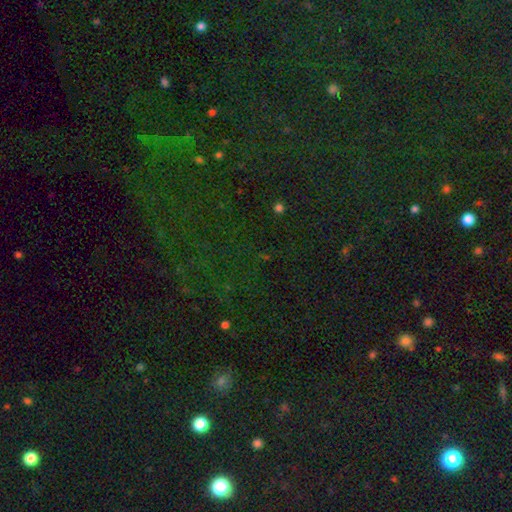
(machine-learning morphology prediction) Smooth or featured? star or artifact (77%)